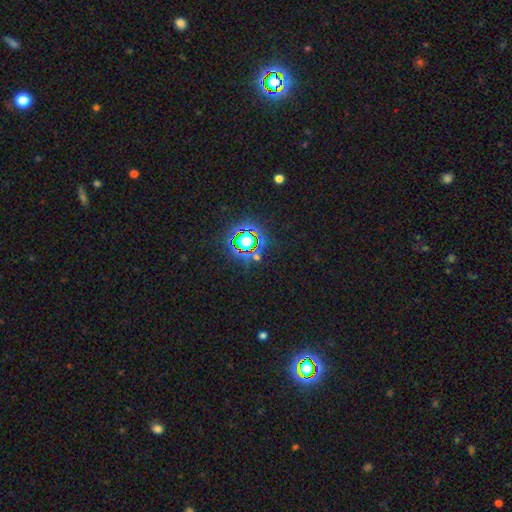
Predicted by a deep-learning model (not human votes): Smooth or featured?
  - star or artifact: 77% *
  - smooth: 14%
  - featured or disk: 9%